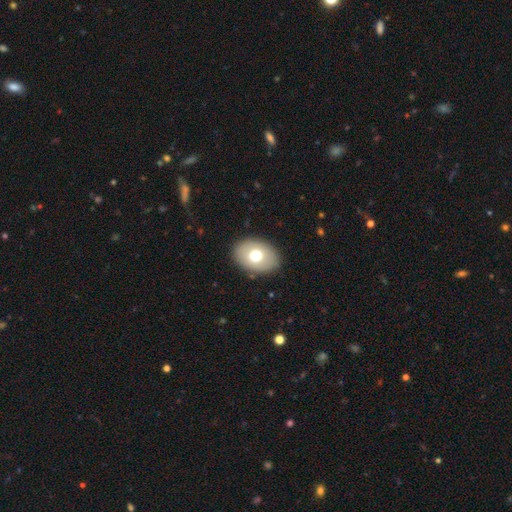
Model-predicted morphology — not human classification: This appears to be a smooth galaxy with no disk features (69%) that is in between round and cigar-shaped (76%). Merging: none (88%).